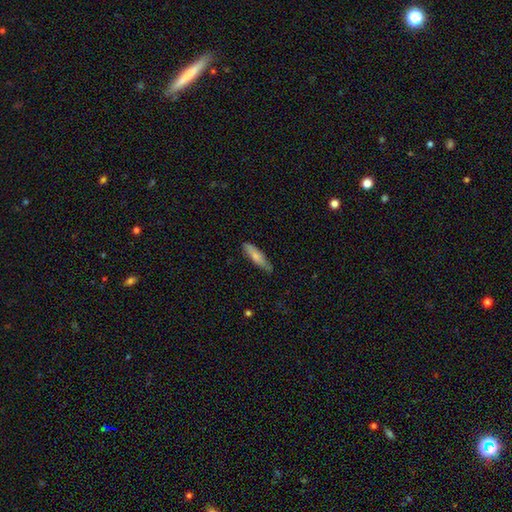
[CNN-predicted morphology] type=smooth (75%); roundness=cigar-shaped (69%); merging=none (76%).